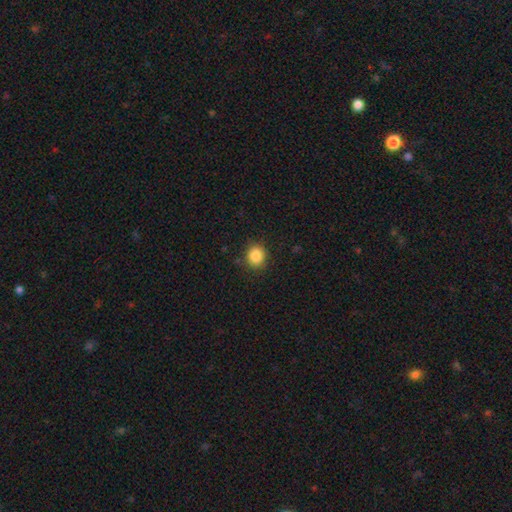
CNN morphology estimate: Smooth or featured? smooth (86%)
How rounded? round (78%)
Merging? none (86%)